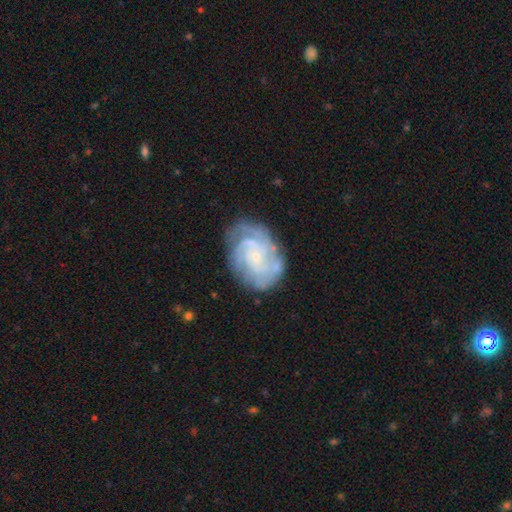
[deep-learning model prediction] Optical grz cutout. It shows a featured or disk galaxy (82%) with no bar (73%), tight (66%) spiral arms (95%) and a small central bulge (81%). Merging: none (72%).